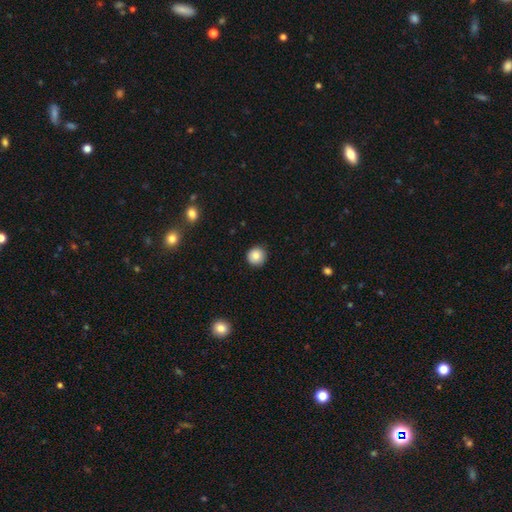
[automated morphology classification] smooth_or_featured: smooth (p=0.85) [alt: star or artifact p=0.09]
how_rounded: round (p=0.94) [alt: in between p=0.05]
merging: none (p=0.90) [alt: minor disturbance p=0.07]